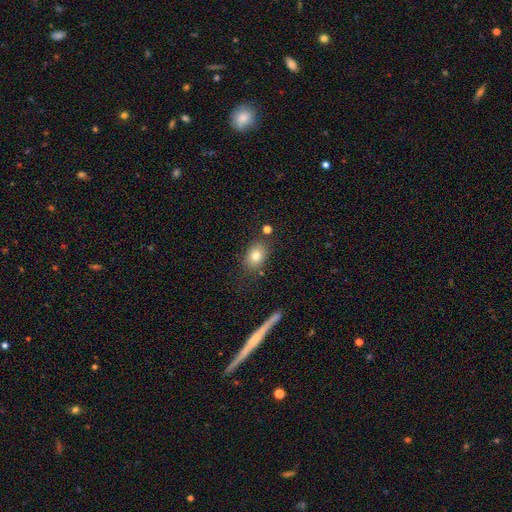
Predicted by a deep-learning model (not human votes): Smooth or featured? Predicted: smooth (p=0.79). How rounded? Predicted: in between (p=0.70). Merging? Predicted: none (p=0.78).